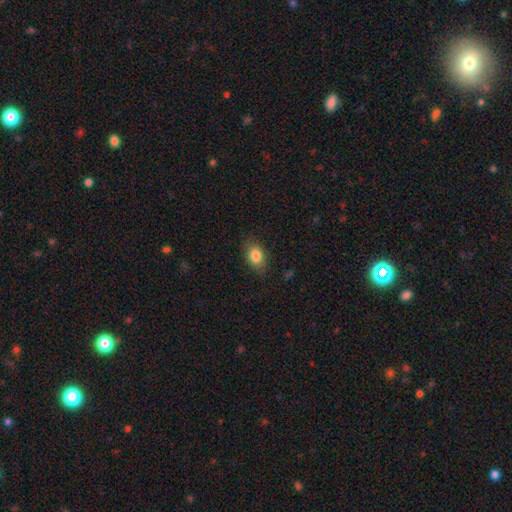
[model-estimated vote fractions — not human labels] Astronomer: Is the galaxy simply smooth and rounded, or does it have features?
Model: smooth — 83%.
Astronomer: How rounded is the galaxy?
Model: in between — 82%.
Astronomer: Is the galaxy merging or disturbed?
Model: none — 82%.